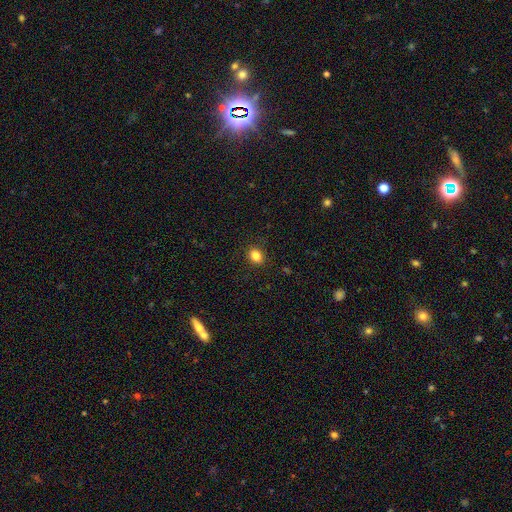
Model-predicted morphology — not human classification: smooth_or_featured: smooth (p=0.84) [alt: star or artifact p=0.10]
how_rounded: in between (p=0.57) [alt: round p=0.42]
merging: none (p=0.88) [alt: minor disturbance p=0.09]